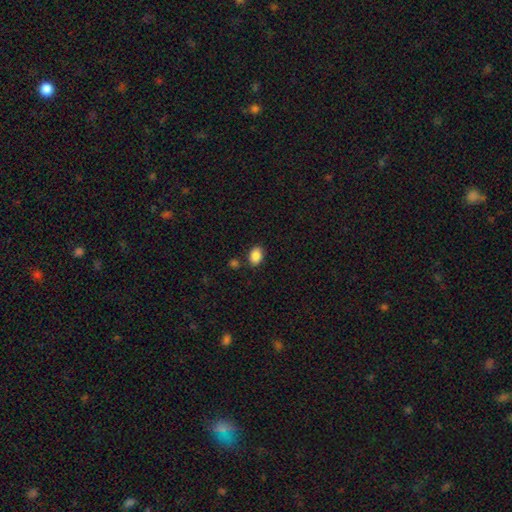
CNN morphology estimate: smooth-or-featured: smooth: 88% | star or artifact: 8% | featured or disk: 4%
  how-rounded: in between: 77% | round: 22% | cigar-shaped: 1%
  merging: none: 82% | minor disturbance: 10% | merger: 5% | major disturbance: 3%